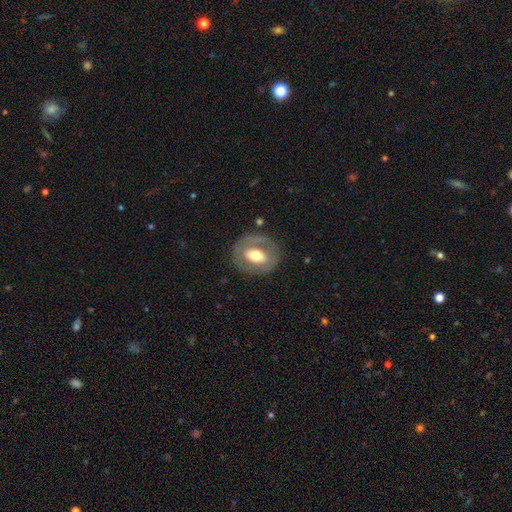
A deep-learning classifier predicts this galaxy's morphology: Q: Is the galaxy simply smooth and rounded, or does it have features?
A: featured or disk — 52%.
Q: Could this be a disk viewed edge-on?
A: no — 92%.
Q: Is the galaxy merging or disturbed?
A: none — 77%.